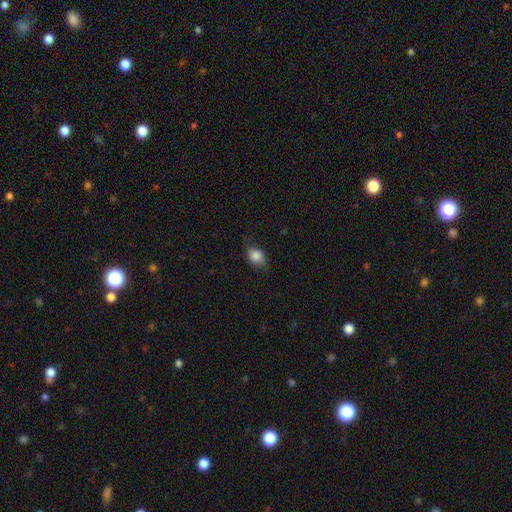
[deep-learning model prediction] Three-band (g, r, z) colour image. It shows a smooth galaxy with no disk features (80%) that is in between round and cigar-shaped (61%). Merging: none (67%).